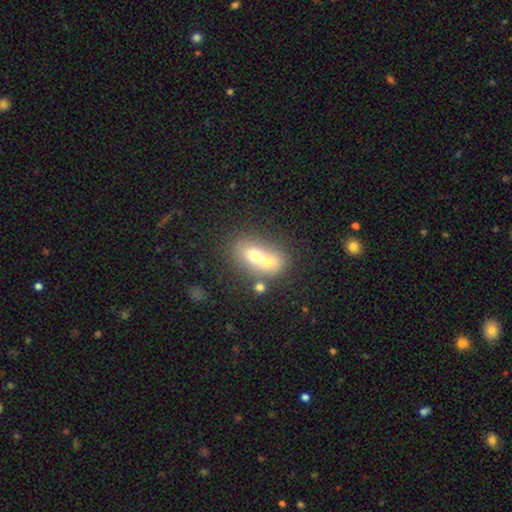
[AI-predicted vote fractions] Smooth or featured? smooth (64%)
How rounded? in between (63%)
Merging? merger (67%)